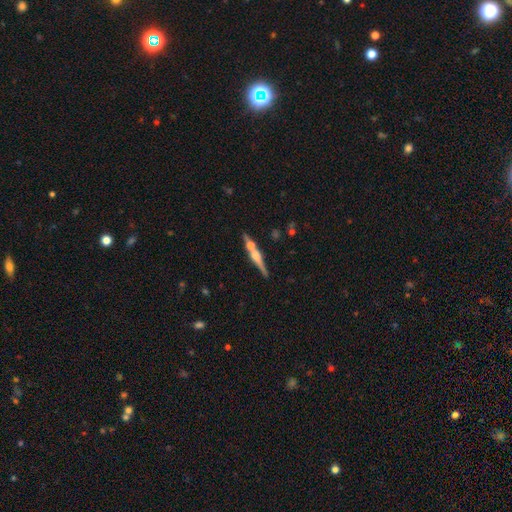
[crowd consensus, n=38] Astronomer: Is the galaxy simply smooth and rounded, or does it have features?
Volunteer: featured or disk — 84%.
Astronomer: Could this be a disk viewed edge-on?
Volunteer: yes — 100%.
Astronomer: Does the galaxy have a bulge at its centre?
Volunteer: rounded — 88%.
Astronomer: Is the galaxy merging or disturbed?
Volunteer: none — 91%.